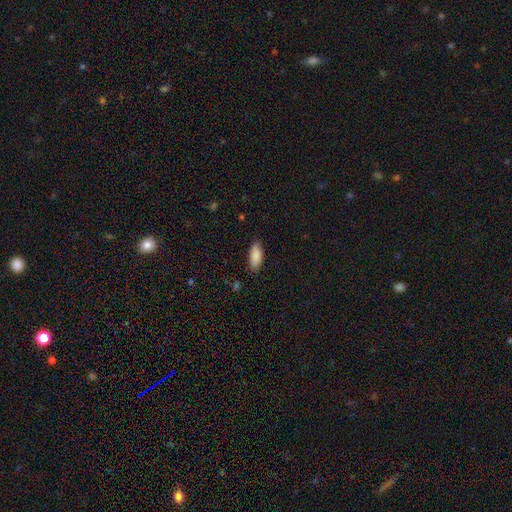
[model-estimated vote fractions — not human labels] smooth-or-featured: smooth: 88% | star or artifact: 6% | featured or disk: 6%
  how-rounded: in between: 81% | cigar-shaped: 17% | round: 2%
  merging: none: 85% | minor disturbance: 11% | major disturbance: 2% | merger: 1%